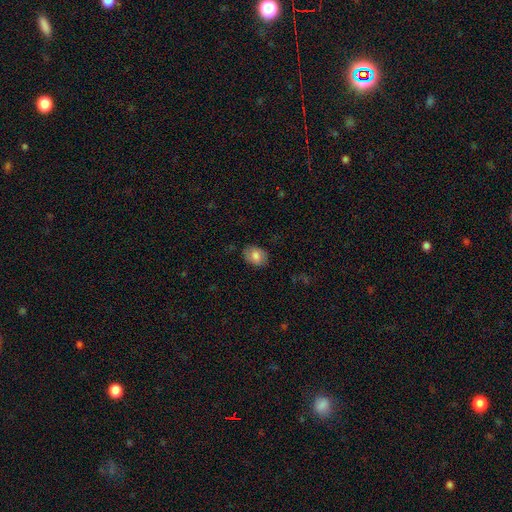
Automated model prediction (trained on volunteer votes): Overall: smooth (79%). How rounded: in between (73%). Merging: none (80%).